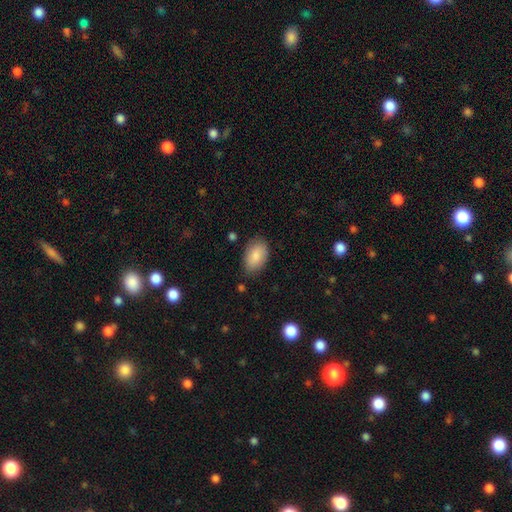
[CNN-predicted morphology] A smooth galaxy with no disk features (87%) that is in between round and cigar-shaped (92%).

Vote fractions:
- Smooth or featured? smooth: 87% / featured or disk: 7% / star or artifact: 6%
- How rounded? in between: 92% / round: 6% / cigar-shaped: 1%
- Merging? none: 82% / minor disturbance: 14% / major disturbance: 3% / merger: 2%